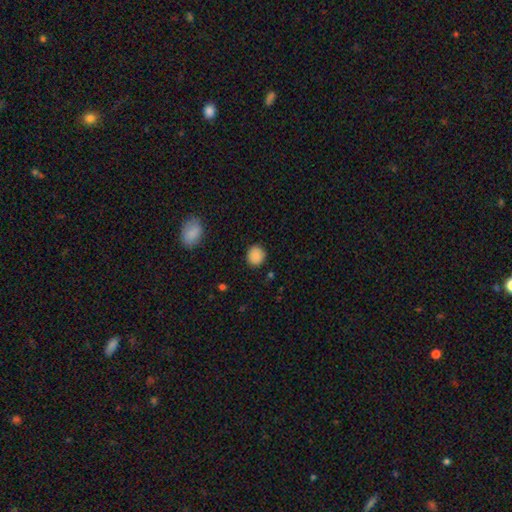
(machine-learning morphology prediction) smooth_or_featured: smooth (p=0.88) [alt: star or artifact p=0.09]
how_rounded: round (p=0.85) [alt: in between p=0.14]
merging: none (p=0.89) [alt: minor disturbance p=0.08]